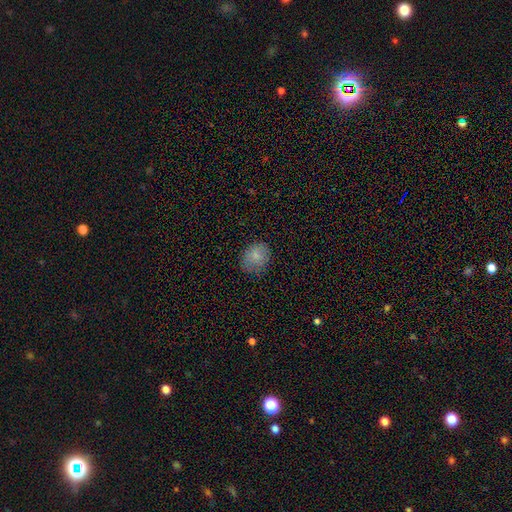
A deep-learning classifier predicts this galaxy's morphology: smooth-or-featured: smooth: 81% | featured or disk: 9% | star or artifact: 9%
  how-rounded: in between: 54% | round: 45% | cigar-shaped: 1%
  merging: none: 76% | minor disturbance: 18% | major disturbance: 4% | merger: 1%